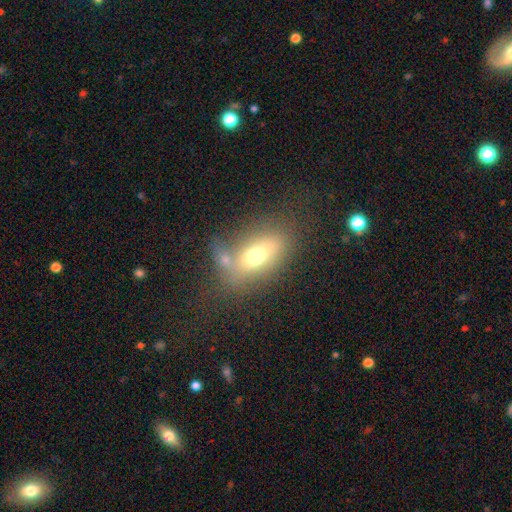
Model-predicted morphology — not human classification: Smooth or featured? smooth (62%)
How rounded? in between (82%)
Merging? none (50%)